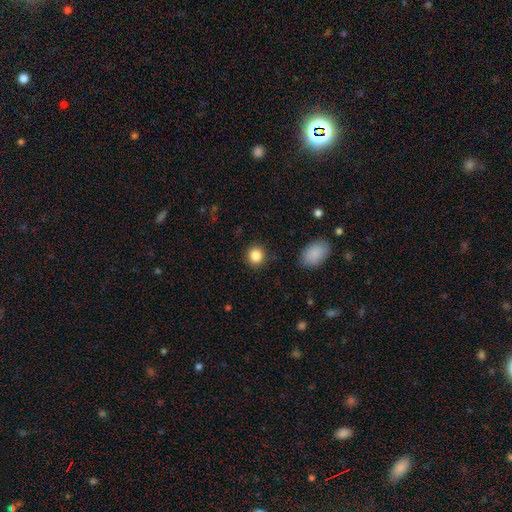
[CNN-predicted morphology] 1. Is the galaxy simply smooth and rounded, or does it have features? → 85% smooth, 11% star or artifact, 4% featured or disk.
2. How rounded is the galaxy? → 85% round, 14% in between, 1% cigar-shaped.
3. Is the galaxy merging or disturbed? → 89% none, 7% minor disturbance, 2% major disturbance, 1% merger.